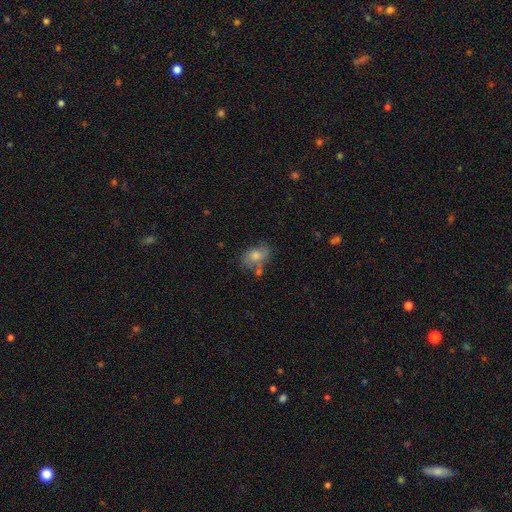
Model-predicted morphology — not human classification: Smooth or featured? Predicted: smooth (p=0.60). How rounded? Predicted: in between (p=0.73). Merging? Predicted: none (p=0.58).